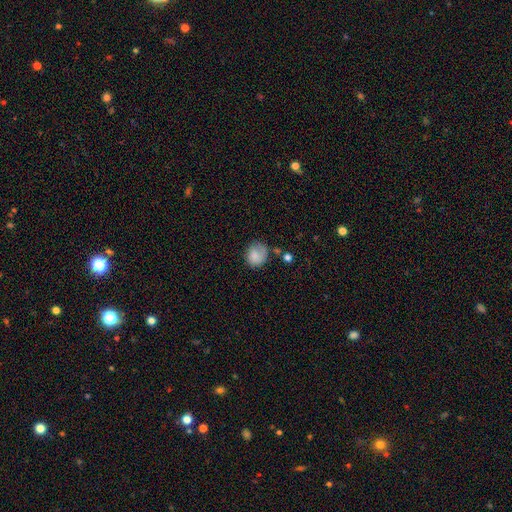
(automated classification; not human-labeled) A smooth galaxy with no disk features (80%) that is round (73%).

Vote fractions:
- Smooth or featured? smooth: 80% / featured or disk: 11% / star or artifact: 9%
- How rounded? round: 73% / in between: 26% / cigar-shaped: 1%
- Merging? none: 57% / minor disturbance: 27% / major disturbance: 11% / merger: 5%